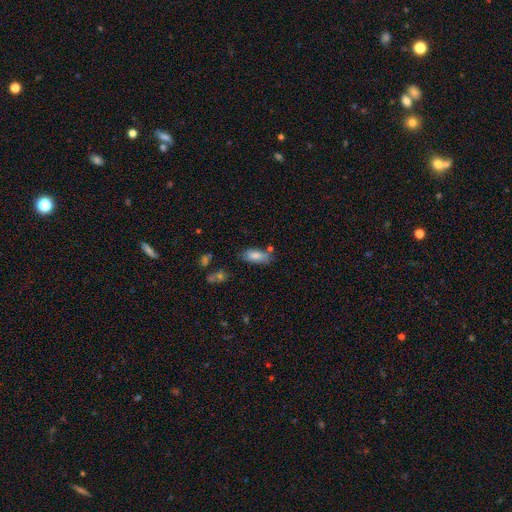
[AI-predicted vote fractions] Overall: smooth (80%). How rounded: in between (82%). Merging: none (64%).